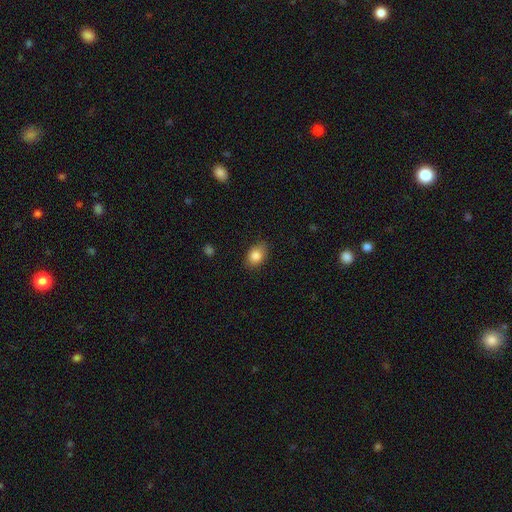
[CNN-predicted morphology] The model was most divided on "how rounded": in between: 75%, round: 24%, cigar-shaped: 1%. More confident: smooth or featured — smooth (85%); merging — none (81%).